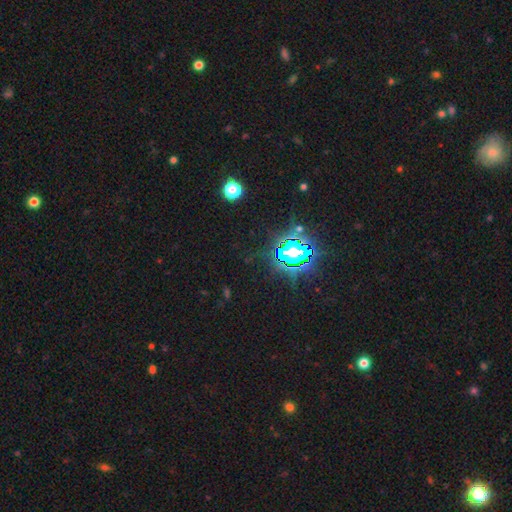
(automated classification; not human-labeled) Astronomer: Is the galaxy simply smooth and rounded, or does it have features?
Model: star or artifact — 82%.